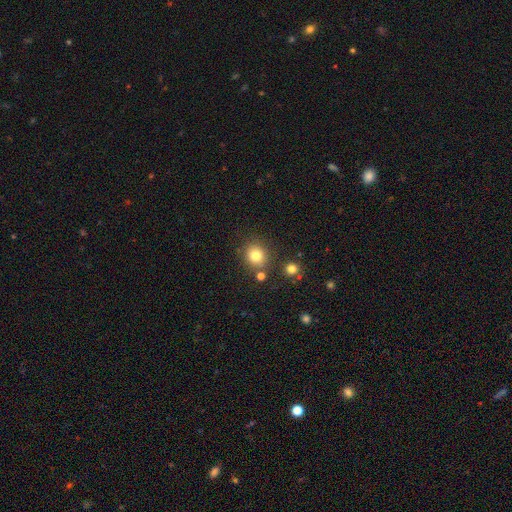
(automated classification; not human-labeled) Overall: smooth (80%). How rounded: round (84%). Merging: none (81%).